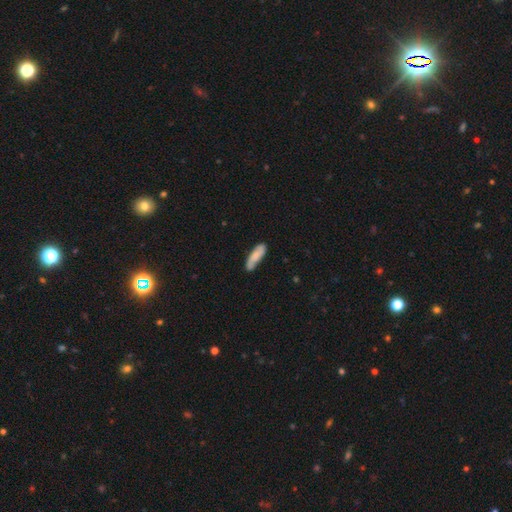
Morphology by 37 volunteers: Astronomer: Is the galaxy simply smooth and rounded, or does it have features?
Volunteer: smooth — 68%.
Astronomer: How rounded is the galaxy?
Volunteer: in between — 52% (runner-up: cigar-shaped, 48%).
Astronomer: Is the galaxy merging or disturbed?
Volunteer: none — 71%.